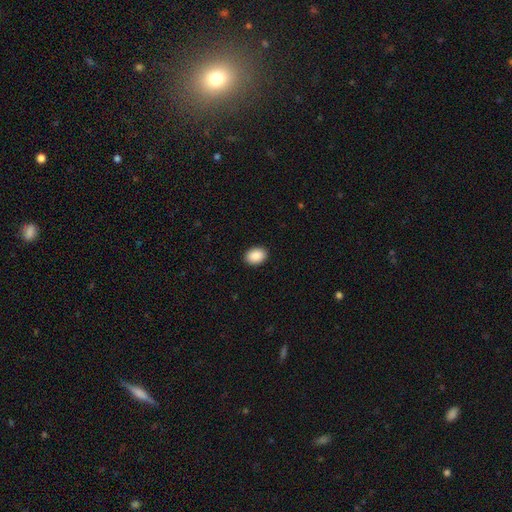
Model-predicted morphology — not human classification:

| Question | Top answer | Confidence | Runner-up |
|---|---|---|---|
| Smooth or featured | smooth | 90% | star or artifact (7%) |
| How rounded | in between | 72% | round (28%) |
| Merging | none | 92% | minor disturbance (6%) |